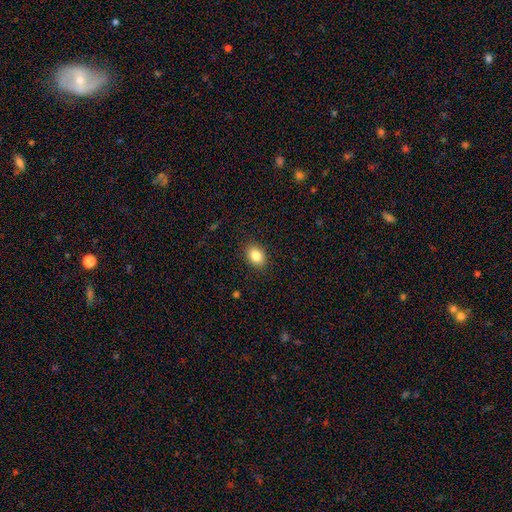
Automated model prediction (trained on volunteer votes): Smooth or featured: smooth — 84% (star or artifact — 9%)
How rounded: in between — 72% (round — 27%)
Merging: none — 88% (minor disturbance — 8%)